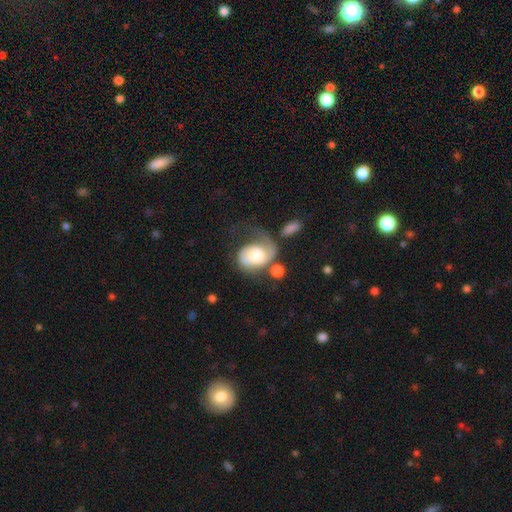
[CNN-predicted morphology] Smooth or featured? Predicted: featured or disk (p=0.60). Edge-on disk? Predicted: no (p=0.97). Bar? Predicted: no (p=0.72). Spiral arms? Predicted: yes (p=0.85). Bulge size? Predicted: moderate (p=0.41). Merging? Predicted: major disturbance (p=0.41).